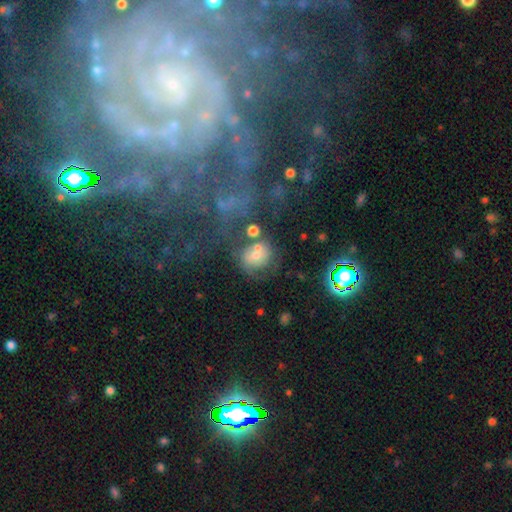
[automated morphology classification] This appears to be a smooth galaxy with no disk features (38%). Merging: none (63%).